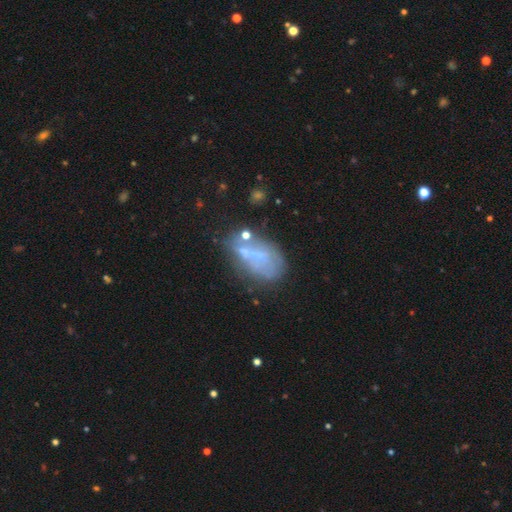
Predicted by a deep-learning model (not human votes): Q: Smooth or featured?
A: featured or disk (45%); runner-up: smooth (40%)
Q: Merging?
A: none (39%); runner-up: minor disturbance (24%)